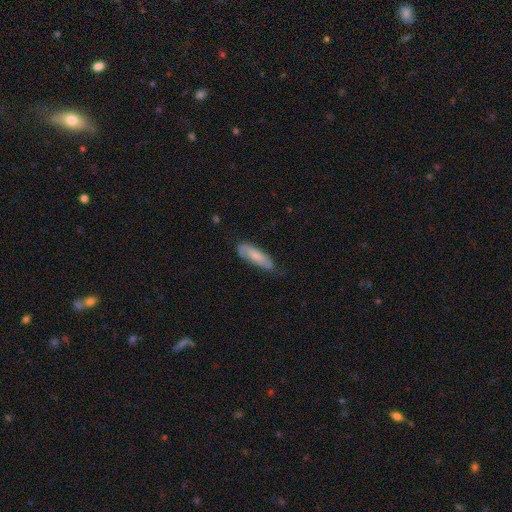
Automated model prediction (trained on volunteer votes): smooth 54%, featured or disk 39%, star or artifact 7%. Down the decision tree: how rounded — in between (50%); merging — none (60%).